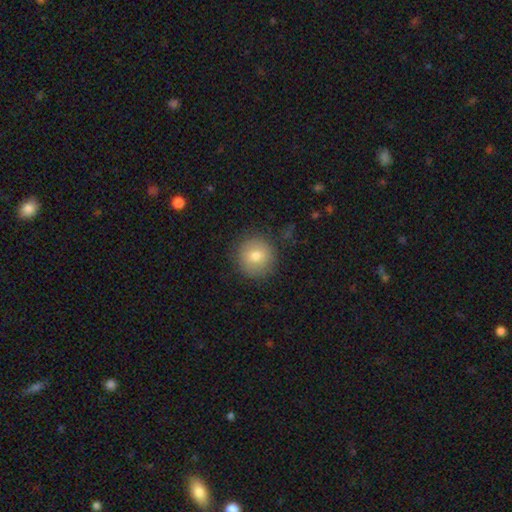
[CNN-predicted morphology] smooth-or-featured: smooth: 76% | featured or disk: 15% | star or artifact: 10%
  how-rounded: round: 94% | in between: 5% | cigar-shaped: 1%
  merging: none: 87% | minor disturbance: 9% | major disturbance: 3% | merger: 1%